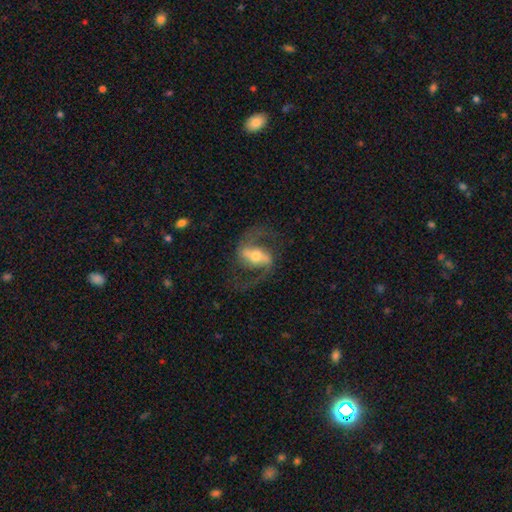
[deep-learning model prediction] Overall: featured or disk (87%). Edge-on disk: no (96%). Bar: strong (55%; weak 32%). Spiral arms: yes (95%). Spiral arm count: 2 (93%). Spiral winding: medium (54%; loose 36%). Bulge size: moderate (60%; small 27%). Merging: none (75%).